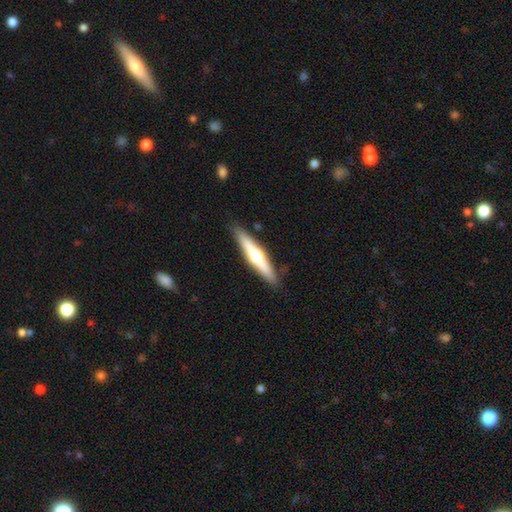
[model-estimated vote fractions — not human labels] smooth_or_featured: featured or disk (p=0.59) [alt: smooth p=0.36]
disk_edge_on: yes (p=0.95) [alt: no p=0.05]
edge_on_bulge: rounded (p=0.92) [alt: none p=0.05]
merging: none (p=0.89) [alt: minor disturbance p=0.08]